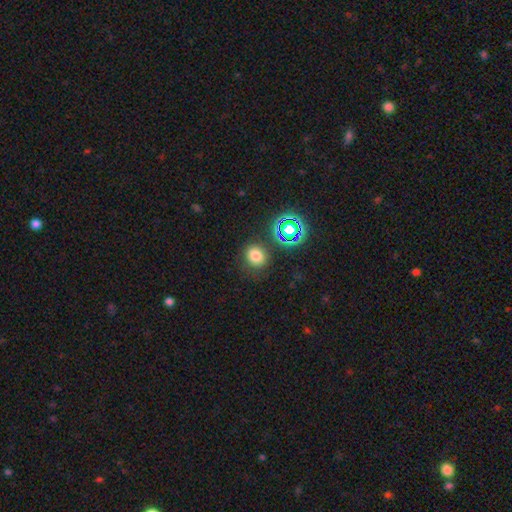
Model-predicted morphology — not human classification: Smooth or featured? Predicted: smooth (p=0.73). How rounded? Predicted: round (p=0.72). Merging? Predicted: none (p=0.81).